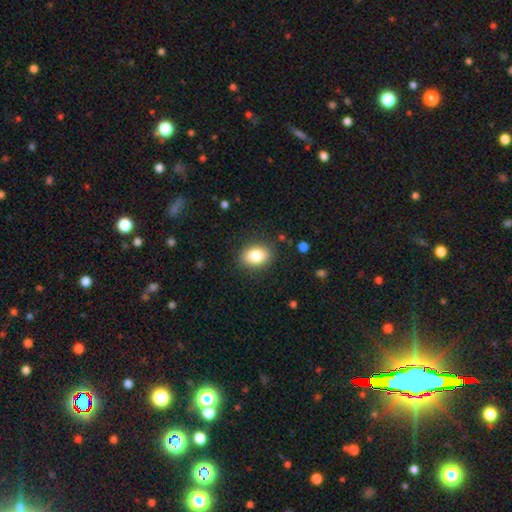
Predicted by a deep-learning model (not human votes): smooth 83%, star or artifact 8%, featured or disk 8%. Down the decision tree: how rounded — in between (75%); merging — none (87%).